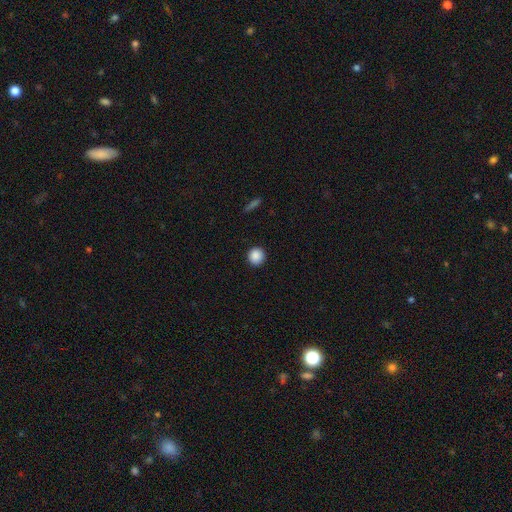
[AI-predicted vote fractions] This is clearly a smooth galaxy (88%). How rounded: clearly round (94%). Merging: clearly none (92%).